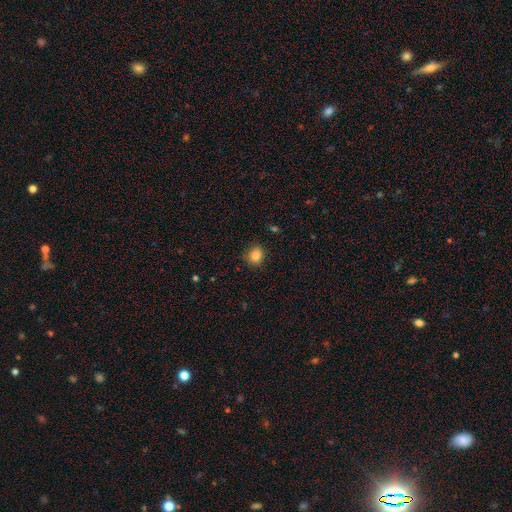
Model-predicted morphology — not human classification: This is clearly a smooth galaxy (84%). How rounded: likely round (76%). Merging: clearly none (84%).